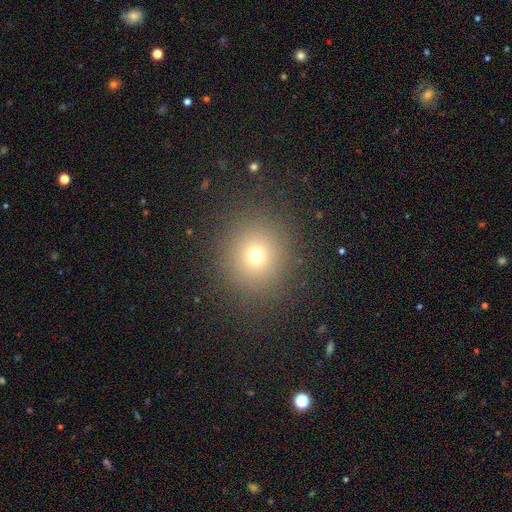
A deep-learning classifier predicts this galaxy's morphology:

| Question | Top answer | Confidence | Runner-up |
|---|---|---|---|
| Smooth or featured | smooth | 70% | star or artifact (20%) |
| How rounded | round | 88% | in between (11%) |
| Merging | none | 89% | minor disturbance (7%) |